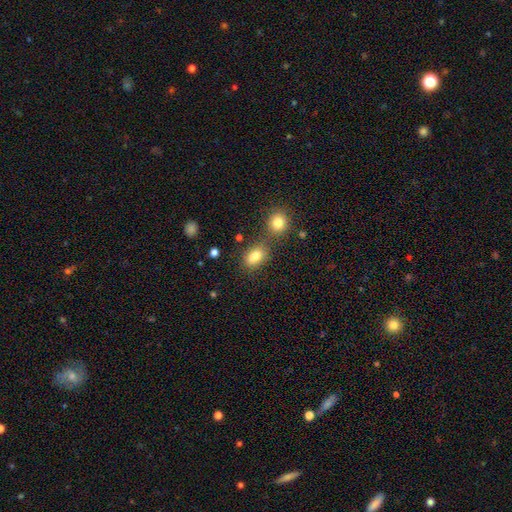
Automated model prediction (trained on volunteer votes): Smooth or featured? Predicted: smooth (p=0.78). How rounded? Predicted: in between (p=0.74). Merging? Predicted: none (p=0.52).